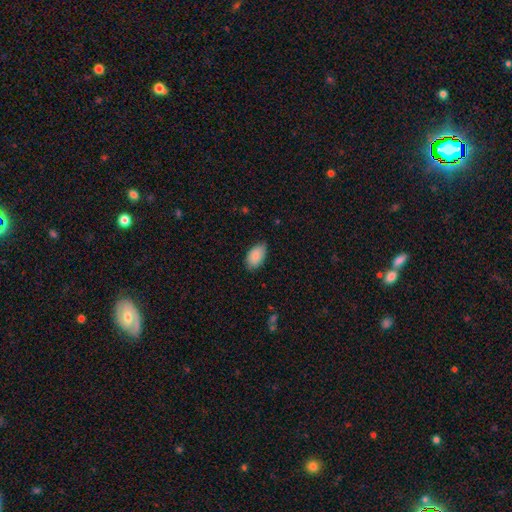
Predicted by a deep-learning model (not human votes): smooth 87%, featured or disk 7%, star or artifact 6%. Down the decision tree: how rounded — in between (94%); merging — none (72%).